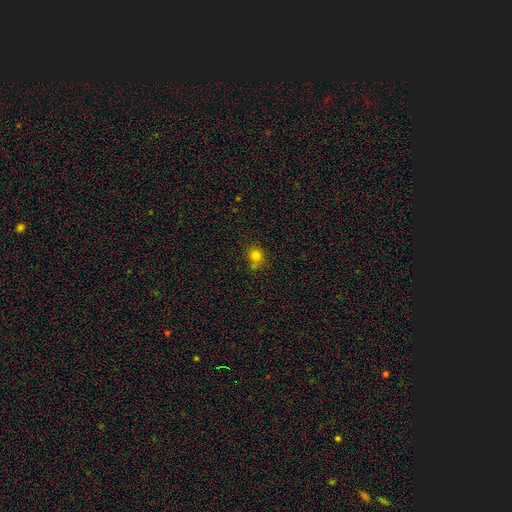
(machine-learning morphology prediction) smooth-or-featured: smooth: 79% | star or artifact: 14% | featured or disk: 6%
  how-rounded: round: 77% | in between: 22% | cigar-shaped: 1%
  merging: none: 70% | minor disturbance: 19% | merger: 6% | major disturbance: 5%